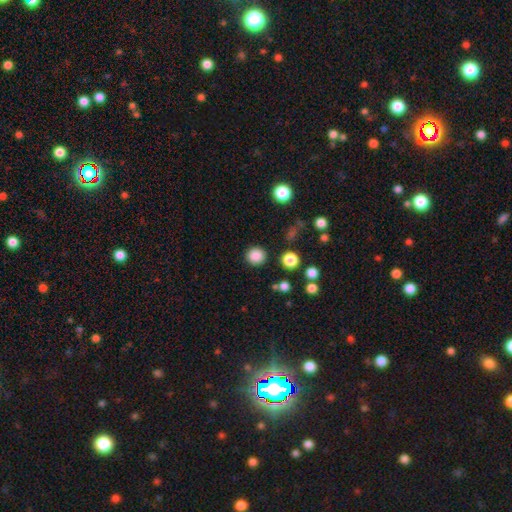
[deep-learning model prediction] Smooth or featured?
  - smooth: 85% *
  - star or artifact: 11%
  - featured or disk: 3%
How rounded?
  - round: 91% *
  - in between: 8%
  - cigar-shaped: 1%
Merging?
  - none: 88% *
  - minor disturbance: 7%
  - major disturbance: 3%
  - merger: 2%